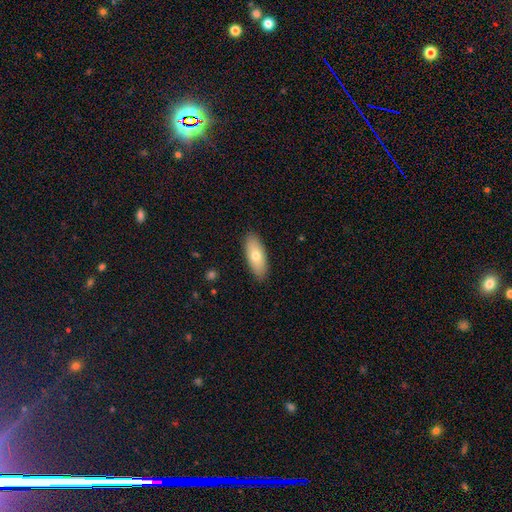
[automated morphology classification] smooth_or_featured: smooth (p=0.71) [alt: featured or disk p=0.23]
how_rounded: in between (p=0.79) [alt: cigar-shaped p=0.18]
merging: none (p=0.89) [alt: minor disturbance p=0.08]